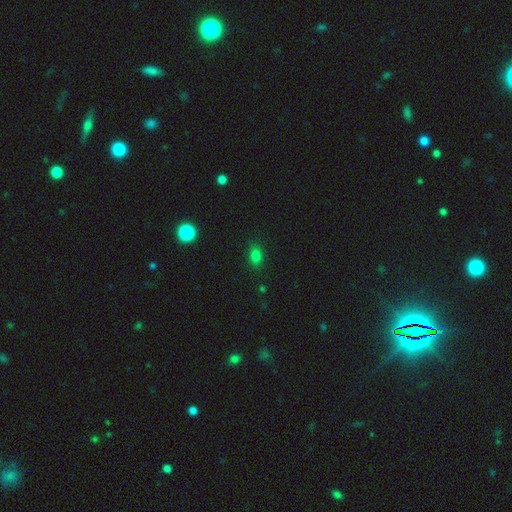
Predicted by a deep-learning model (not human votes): The model was most divided on "how rounded": in between: 69%, round: 29%, cigar-shaped: 2%. More confident: merging — none (83%); smooth or featured — smooth (79%).